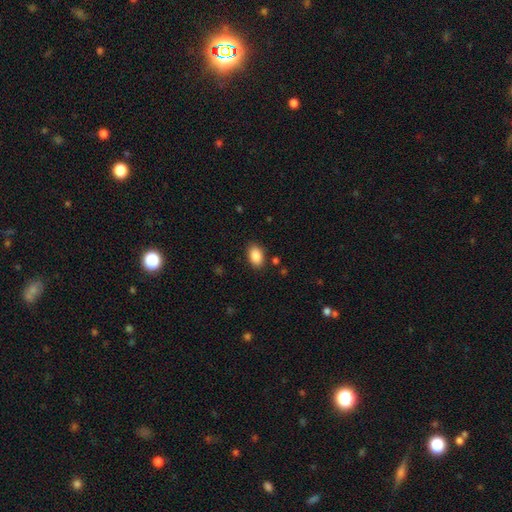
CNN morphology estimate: Smooth or featured?
  - smooth: 88% *
  - star or artifact: 8%
  - featured or disk: 4%
How rounded?
  - in between: 89% *
  - round: 10%
  - cigar-shaped: 1%
Merging?
  - none: 86% *
  - minor disturbance: 9%
  - major disturbance: 3%
  - merger: 2%